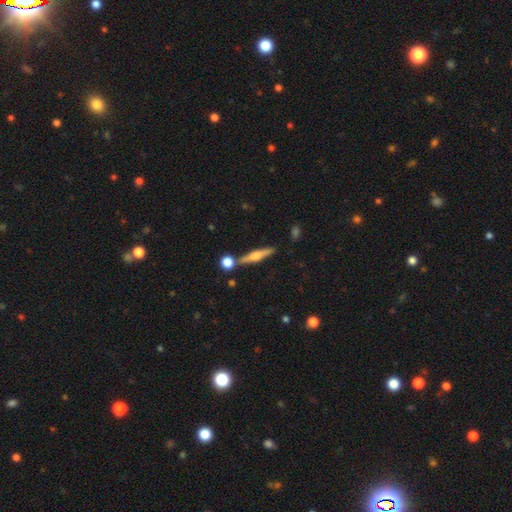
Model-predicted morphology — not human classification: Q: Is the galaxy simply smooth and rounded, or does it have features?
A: featured or disk — 60%.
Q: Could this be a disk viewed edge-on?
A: yes — 96%.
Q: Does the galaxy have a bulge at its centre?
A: rounded — 83%.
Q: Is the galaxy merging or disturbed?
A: none — 78%.